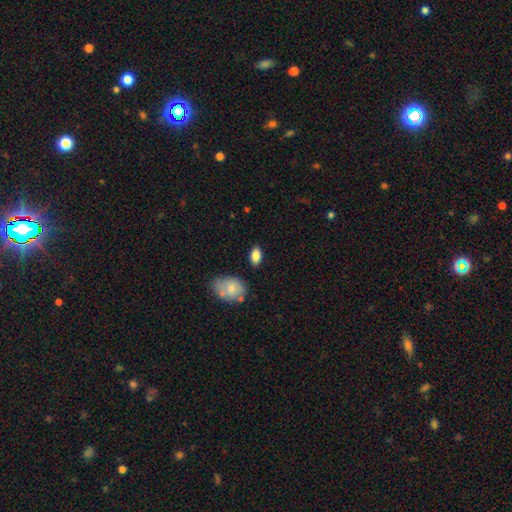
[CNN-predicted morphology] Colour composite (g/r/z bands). It shows a smooth galaxy with no disk features (85%) that is in between round and cigar-shaped (91%). Merging: none (82%).